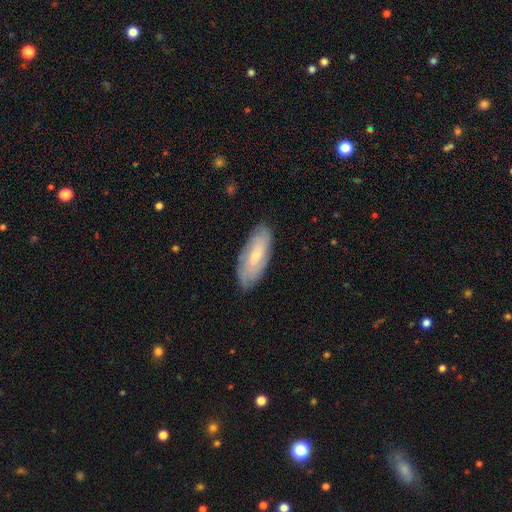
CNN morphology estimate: This is possibly a featured or disk galaxy (52%). It is clearly not viewed edge-on (83%). Merging: clearly none (82%).